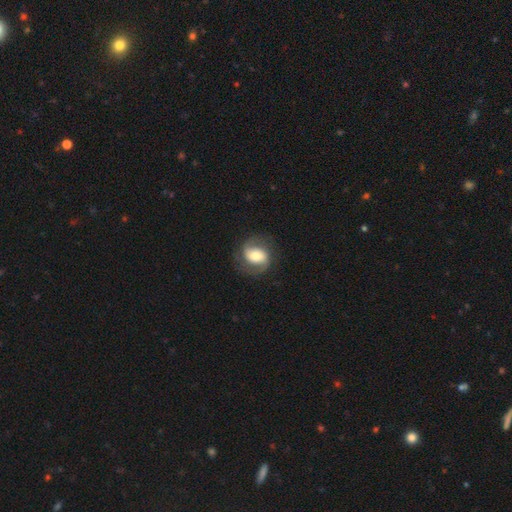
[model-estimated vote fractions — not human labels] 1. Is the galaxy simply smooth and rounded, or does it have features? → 61% featured or disk, 32% smooth, 7% star or artifact.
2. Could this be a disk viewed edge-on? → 97% no, 3% yes.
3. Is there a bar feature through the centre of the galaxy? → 42% no, 35% weak, 23% strong.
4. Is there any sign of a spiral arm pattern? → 85% yes, 15% no.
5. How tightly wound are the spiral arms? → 45% medium, 30% loose, 24% tight.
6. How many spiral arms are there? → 87% 2, 6% can't tell, 4% 1, 1% 3, 1% 4, 1% more than 4.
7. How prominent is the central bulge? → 59% moderate, 20% large, 16% small, 3% dominant, 1% none.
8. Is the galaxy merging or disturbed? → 77% none, 14% minor disturbance, 7% major disturbance, 1% merger.